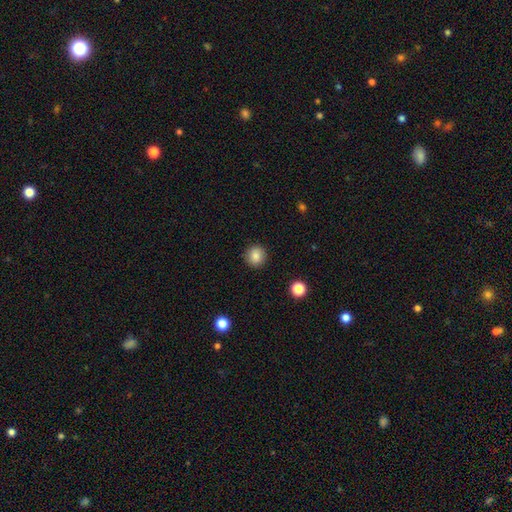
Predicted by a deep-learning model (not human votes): A smooth galaxy with no disk features (85%) that is round (91%).

Vote fractions:
- Smooth or featured? smooth: 85% / star or artifact: 10% / featured or disk: 5%
- How rounded? round: 91% / in between: 8% / cigar-shaped: 1%
- Merging? none: 91% / minor disturbance: 6% / major disturbance: 2% / merger: 1%